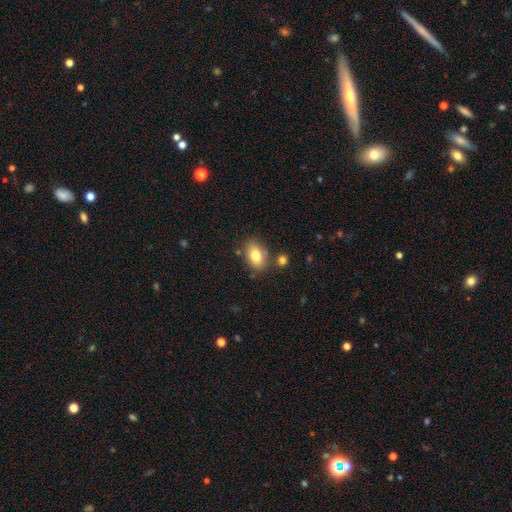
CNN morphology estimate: The model was most divided on "merging": none: 75%, minor disturbance: 13%, merger: 8%, major disturbance: 3%. More confident: how rounded — in between (86%); smooth or featured — smooth (79%).